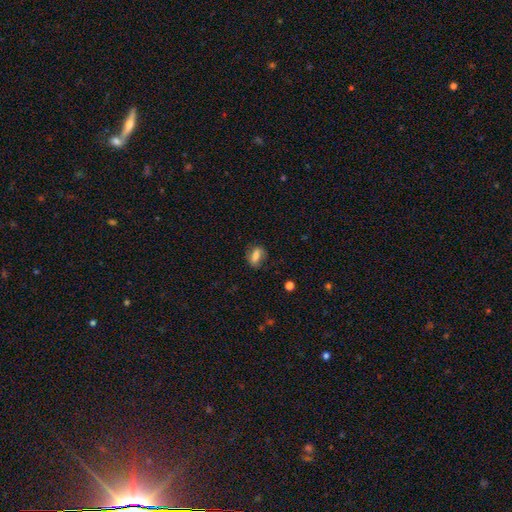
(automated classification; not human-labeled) Smooth or featured?
  - smooth: 70% *
  - featured or disk: 19%
  - star or artifact: 10%
How rounded?
  - in between: 72% *
  - cigar-shaped: 14%
  - round: 14%
Merging?
  - none: 70% *
  - minor disturbance: 20%
  - major disturbance: 8%
  - merger: 2%